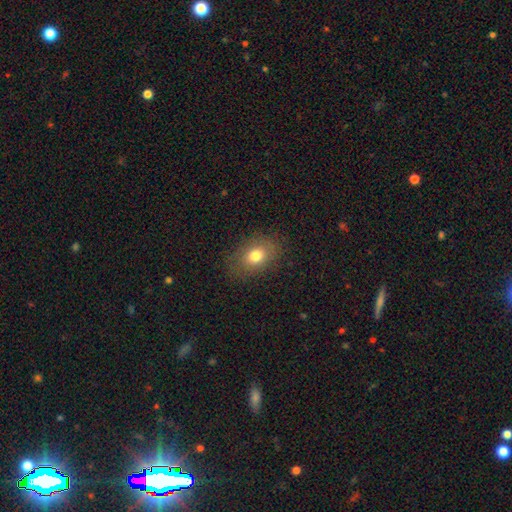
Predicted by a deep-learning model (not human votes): smooth-or-featured: smooth: 77% | featured or disk: 12% | star or artifact: 11%
  how-rounded: in between: 73% | round: 26% | cigar-shaped: 1%
  merging: none: 83% | minor disturbance: 12% | major disturbance: 4% | merger: 1%